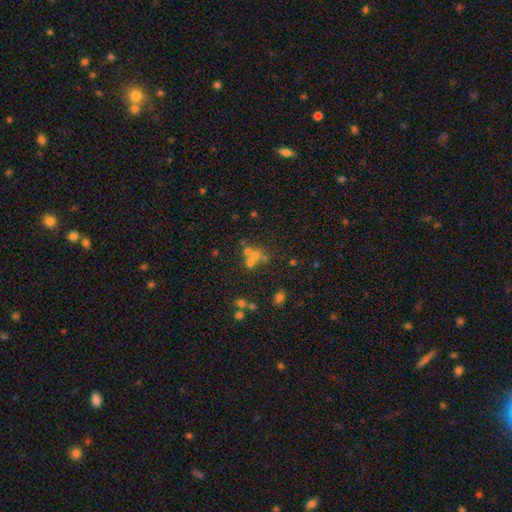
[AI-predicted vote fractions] Smooth or featured?
  - smooth: 45% *
  - featured or disk: 28%
  - star or artifact: 26%
Merging?
  - merger: 48% *
  - none: 39%
  - minor disturbance: 8%
  - major disturbance: 6%